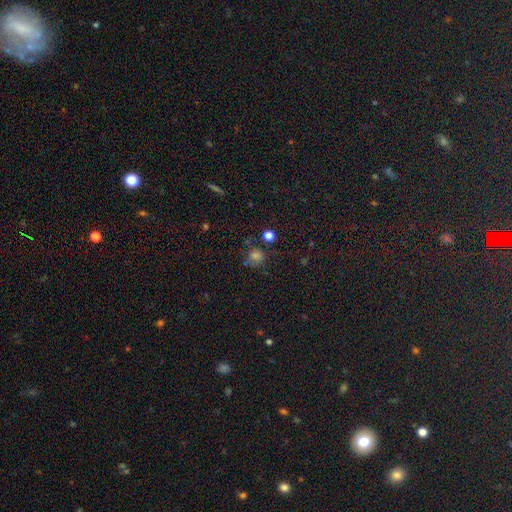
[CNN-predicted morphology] Smooth or featured? smooth (65%)
How rounded? round (88%)
Merging? none (72%)